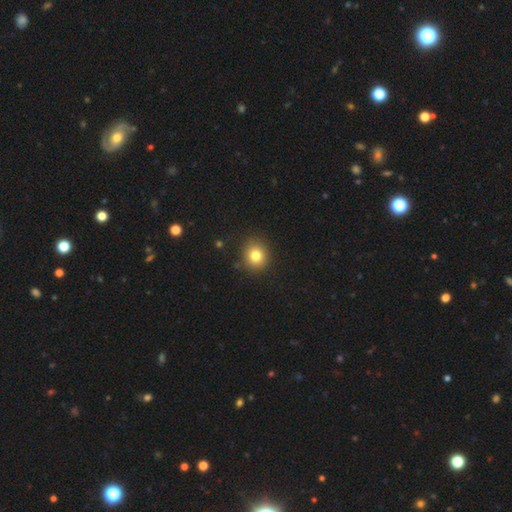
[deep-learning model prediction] Smooth or featured? Predicted: smooth (p=0.81). How rounded? Predicted: round (p=0.83). Merging? Predicted: none (p=0.88).